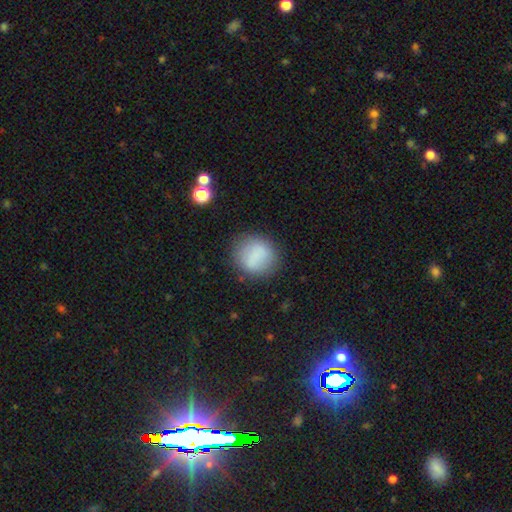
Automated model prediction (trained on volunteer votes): A smooth galaxy with no disk features (79%) that is round (81%).

Vote fractions:
- Smooth or featured? smooth: 79% / featured or disk: 12% / star or artifact: 9%
- How rounded? round: 81% / in between: 17% / cigar-shaped: 1%
- Merging? none: 76% / minor disturbance: 16% / major disturbance: 6% / merger: 3%